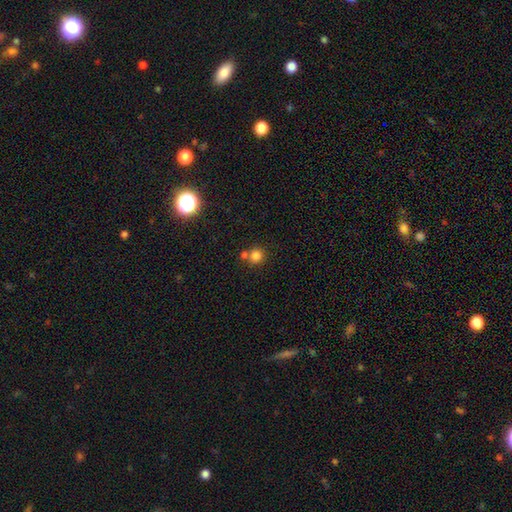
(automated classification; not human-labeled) smooth-or-featured: smooth: 80% | star or artifact: 13% | featured or disk: 6%
  how-rounded: round: 91% | in between: 8% | cigar-shaped: 1%
  merging: none: 61% | merger: 28% | minor disturbance: 8% | major disturbance: 3%